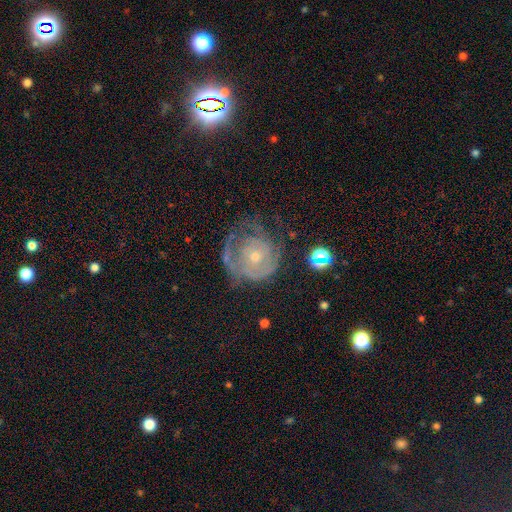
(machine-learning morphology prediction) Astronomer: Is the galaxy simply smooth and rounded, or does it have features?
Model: featured or disk — 76%.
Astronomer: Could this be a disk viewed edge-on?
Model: no — 97%.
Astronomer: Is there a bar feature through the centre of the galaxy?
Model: no — 82%.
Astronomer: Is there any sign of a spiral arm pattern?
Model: yes — 80%.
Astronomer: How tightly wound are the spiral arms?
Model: tight — 69%.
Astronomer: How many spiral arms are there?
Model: can't tell — 45% (runner-up: 2, 21%).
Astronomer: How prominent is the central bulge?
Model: small — 63%.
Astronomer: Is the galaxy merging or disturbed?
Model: none — 51%.